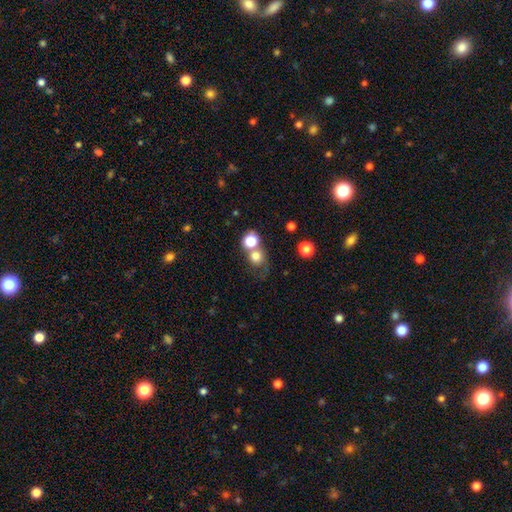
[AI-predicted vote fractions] Overall: smooth (73%). How rounded: round (82%). Merging: none (43%; merger 37%).